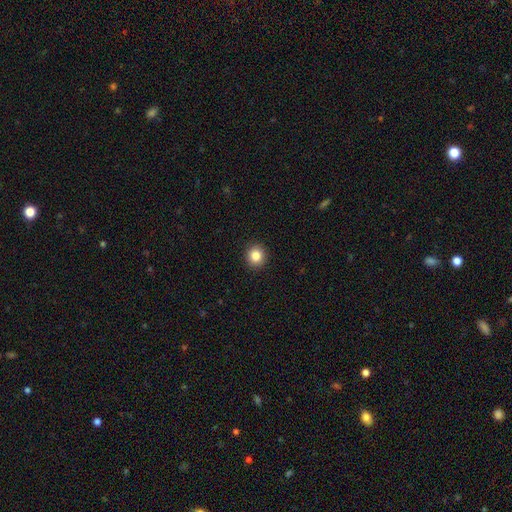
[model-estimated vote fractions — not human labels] Q: Smooth or featured?
A: smooth (85%); runner-up: star or artifact (10%)
Q: How rounded?
A: round (91%); runner-up: in between (8%)
Q: Merging?
A: none (93%); runner-up: minor disturbance (5%)